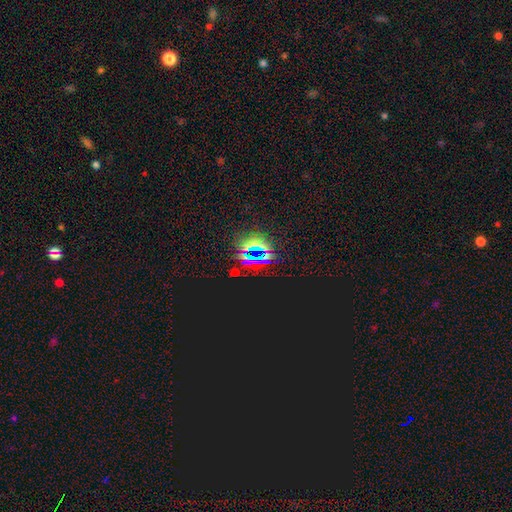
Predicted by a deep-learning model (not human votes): Smooth or featured?
  - star or artifact: 80% *
  - smooth: 12%
  - featured or disk: 7%